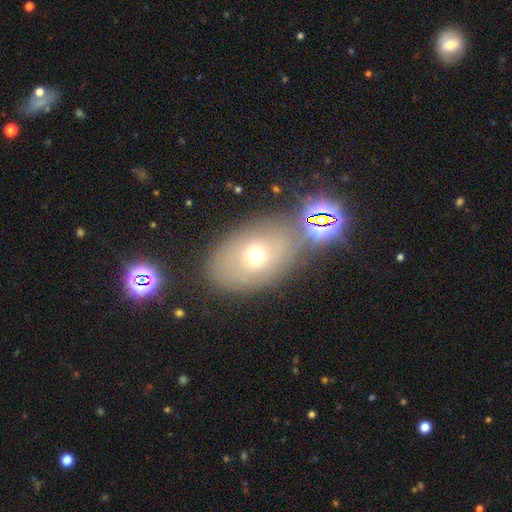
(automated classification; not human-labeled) Morphology: type=smooth (59%); roundness=in between (77%); merging=none (61%).